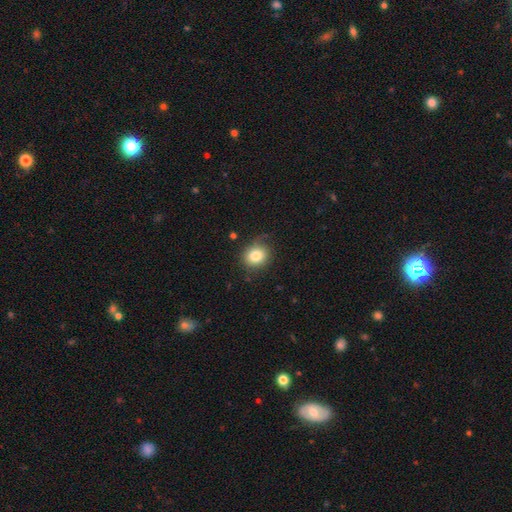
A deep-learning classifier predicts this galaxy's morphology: smooth-or-featured: smooth: 81% | star or artifact: 10% | featured or disk: 8%
  how-rounded: round: 70% | in between: 29% | cigar-shaped: 1%
  merging: none: 75% | minor disturbance: 18% | major disturbance: 5% | merger: 2%